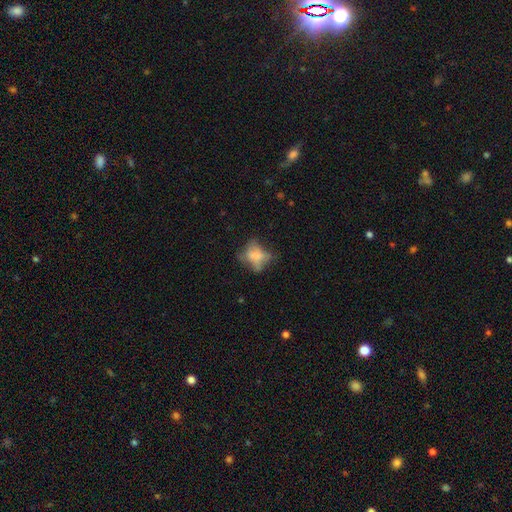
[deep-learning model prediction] Q: Smooth or featured?
A: smooth (55%); runner-up: featured or disk (32%)
Q: How rounded?
A: in between (63%); runner-up: round (34%)
Q: Merging?
A: none (41%); runner-up: major disturbance (28%)